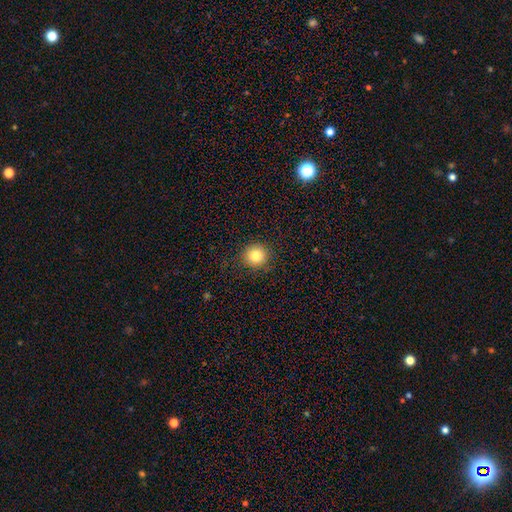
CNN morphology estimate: Smooth or featured?
  - smooth: 82% *
  - star or artifact: 11%
  - featured or disk: 7%
How rounded?
  - round: 94% *
  - in between: 5%
  - cigar-shaped: 1%
Merging?
  - none: 90% *
  - minor disturbance: 7%
  - major disturbance: 2%
  - merger: 1%